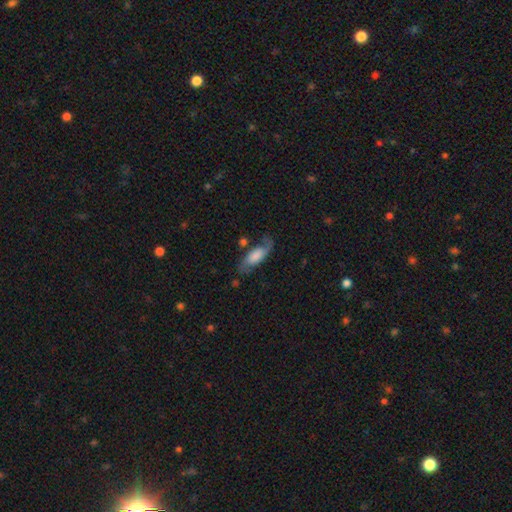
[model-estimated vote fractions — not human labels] Smooth or featured: featured or disk — 52% (smooth — 41%)
Edge-on disk: no — 84% (yes — 16%)
Merging: none — 64% (minor disturbance — 21%)